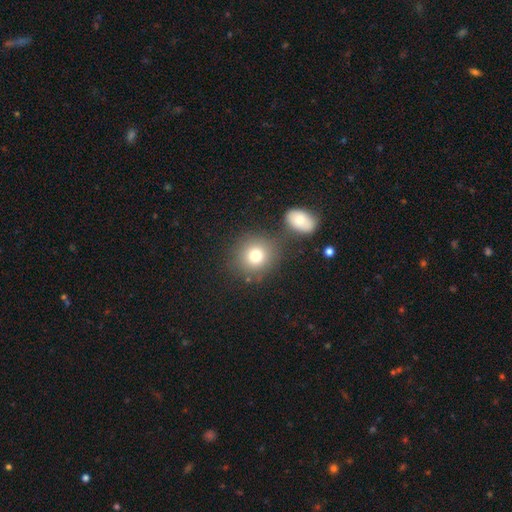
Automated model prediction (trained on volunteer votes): Morphology: type=smooth (77%); roundness=round (85%); merging=none (72%).